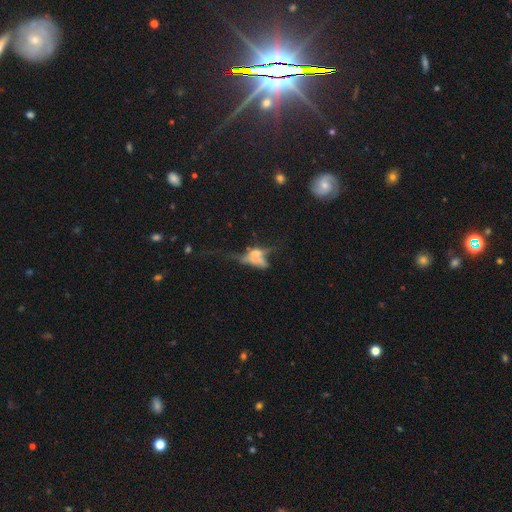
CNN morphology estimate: A featured or disk galaxy (46%).

Vote fractions:
- Smooth or featured? featured or disk: 46% / smooth: 37% / star or artifact: 17%
- Merging? merger: 34% / none: 27% / major disturbance: 26% / minor disturbance: 13%